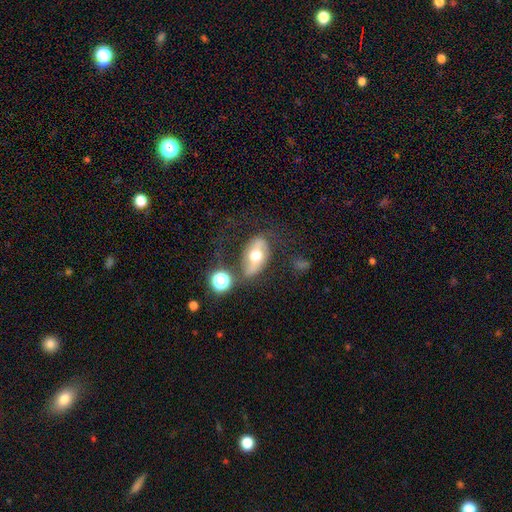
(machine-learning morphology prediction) Smooth or featured? Predicted: featured or disk (p=0.47). Merging? Predicted: none (p=0.55).